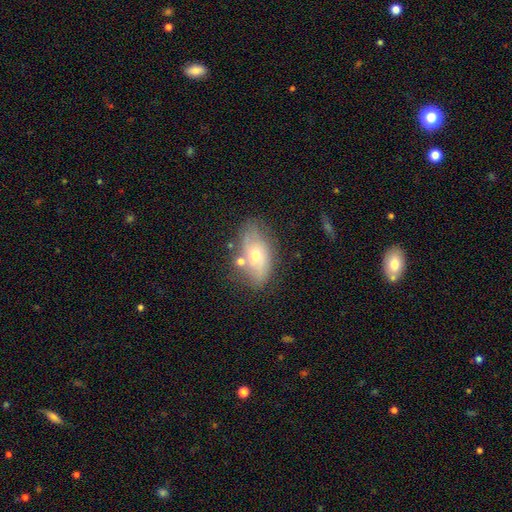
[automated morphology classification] Overall: featured or disk (46%; smooth 44%). Merging: none (66%).